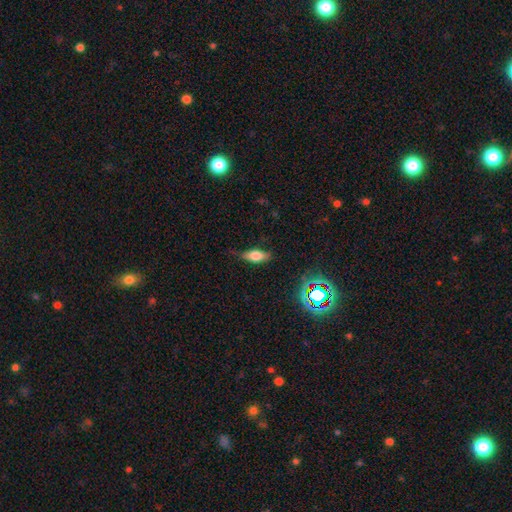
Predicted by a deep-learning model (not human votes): Smooth or featured? smooth (62%)
How rounded? in between (74%)
Merging? none (68%)